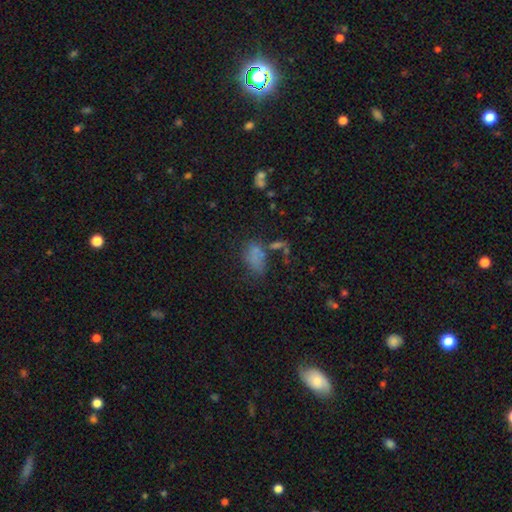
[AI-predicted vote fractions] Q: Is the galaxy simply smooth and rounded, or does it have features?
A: smooth — 68%.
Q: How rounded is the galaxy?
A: in between — 87%.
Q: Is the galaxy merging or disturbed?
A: none — 42%.